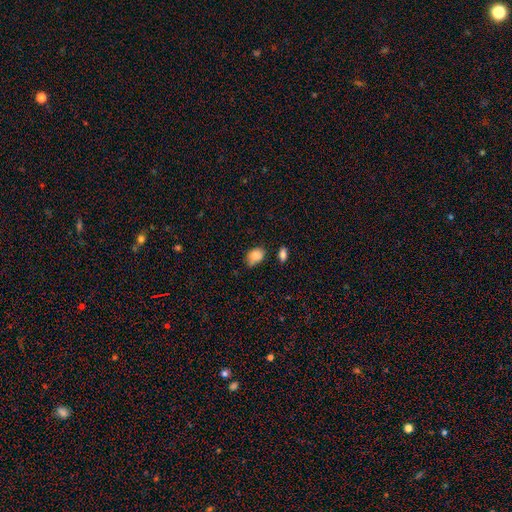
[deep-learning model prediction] smooth-or-featured: smooth: 85% | star or artifact: 9% | featured or disk: 6%
  how-rounded: in between: 72% | round: 27% | cigar-shaped: 1%
  merging: none: 54% | minor disturbance: 33% | major disturbance: 7% | merger: 6%